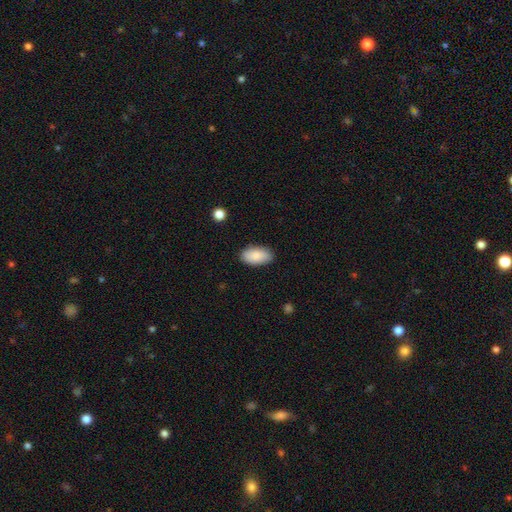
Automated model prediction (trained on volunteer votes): Smooth or featured? Predicted: smooth (p=0.87). How rounded? Predicted: in between (p=0.94). Merging? Predicted: none (p=0.87).